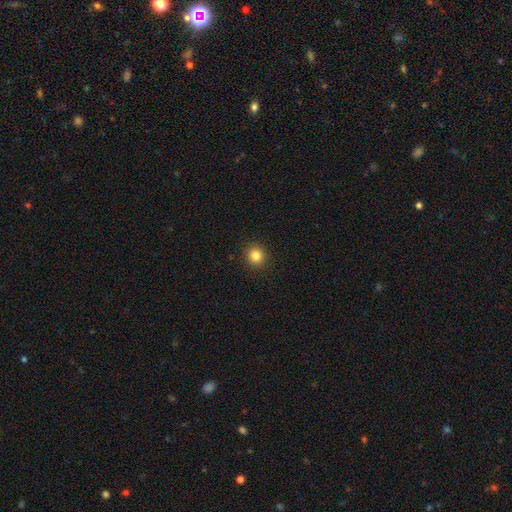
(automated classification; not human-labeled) Overall: smooth (84%). How rounded: round (89%). Merging: none (92%).